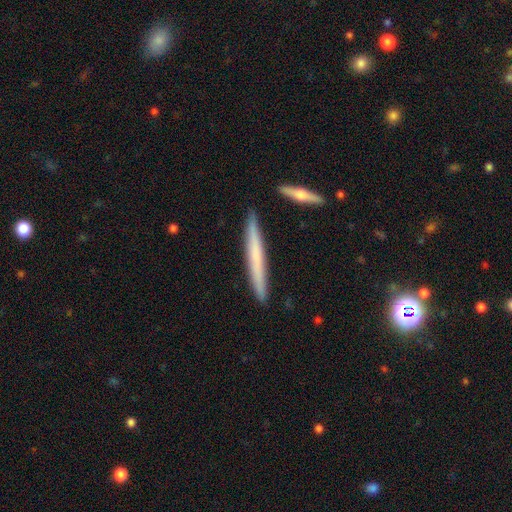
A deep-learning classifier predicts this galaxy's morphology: A smooth galaxy with no disk features (53%) that is cigar-shaped (96%).

Vote fractions:
- Smooth or featured? smooth: 53% / featured or disk: 40% / star or artifact: 7%
- How rounded? cigar-shaped: 96% / in between: 2% / round: 1%
- Merging? none: 89% / minor disturbance: 7% / merger: 2% / major disturbance: 1%